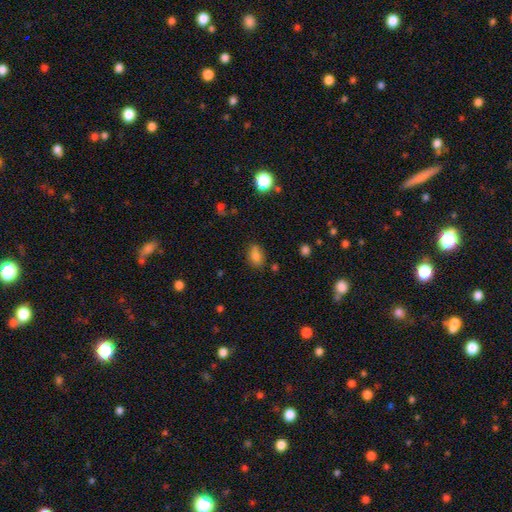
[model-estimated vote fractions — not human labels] Morphology: type=smooth (77%); roundness=in between (72%); merging=none (64%).